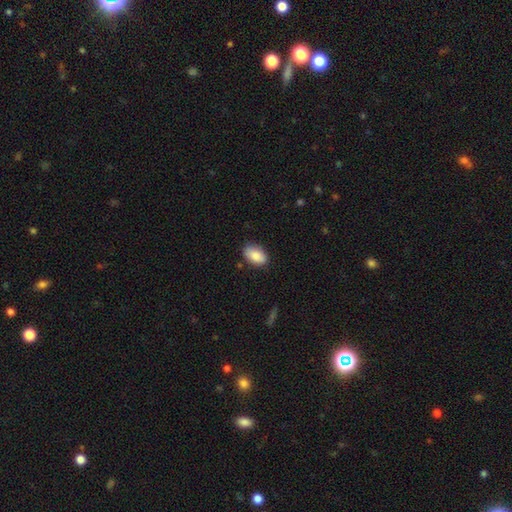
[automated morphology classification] Smooth or featured?
  - smooth: 87% *
  - star or artifact: 7%
  - featured or disk: 6%
How rounded?
  - in between: 92% *
  - round: 6%
  - cigar-shaped: 2%
Merging?
  - none: 80% *
  - minor disturbance: 15%
  - major disturbance: 3%
  - merger: 2%